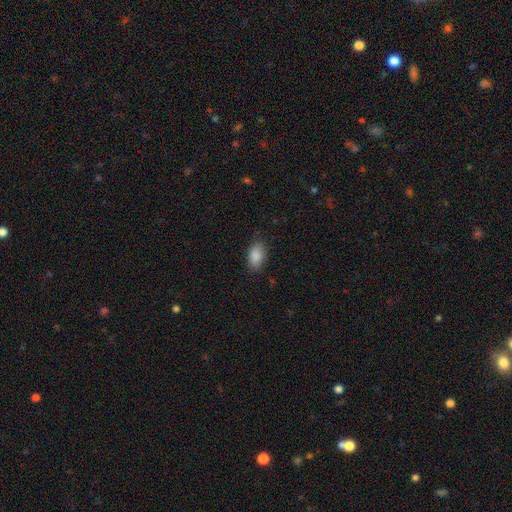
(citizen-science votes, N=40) smooth-or-featured: smooth: 90% | star or artifact: 10% | featured or disk: 0%
  how-rounded: in between: 92% | round: 6% | cigar-shaped: 3%
  merging: none: 75% | minor disturbance: 17% | major disturbance: 8% | merger: 0%